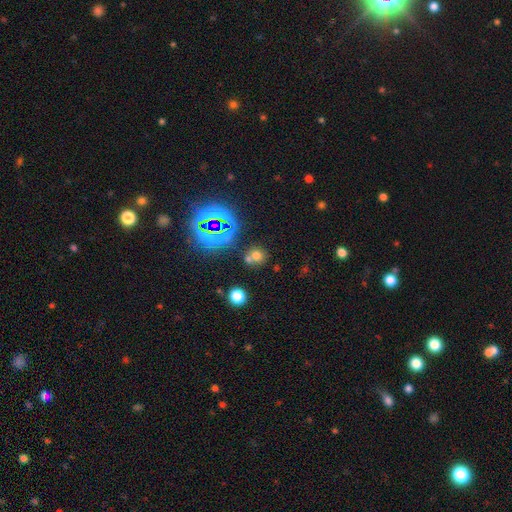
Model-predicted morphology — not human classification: Q: Smooth or featured?
A: smooth (58%); runner-up: star or artifact (31%)
Q: How rounded?
A: round (80%); runner-up: in between (19%)
Q: Merging?
A: none (55%); runner-up: merger (32%)